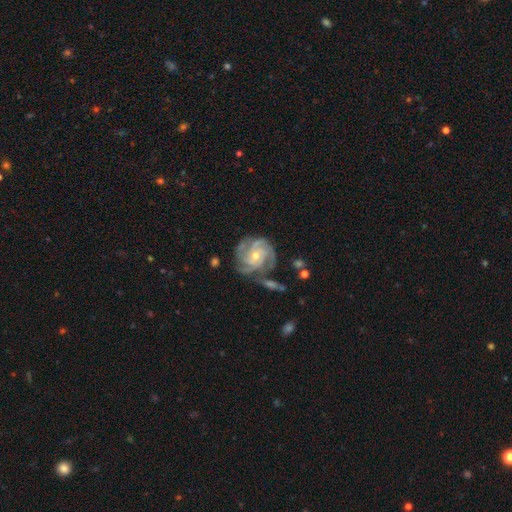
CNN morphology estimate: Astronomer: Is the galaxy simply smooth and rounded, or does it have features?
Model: featured or disk — 87%.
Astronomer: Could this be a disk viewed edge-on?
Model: no — 98%.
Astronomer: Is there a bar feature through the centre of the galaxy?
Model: no — 70%.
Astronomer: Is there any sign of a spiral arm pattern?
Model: yes — 97%.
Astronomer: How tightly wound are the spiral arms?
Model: tight — 66%.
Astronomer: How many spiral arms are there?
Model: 3 — 35% (runner-up: 4, 28%).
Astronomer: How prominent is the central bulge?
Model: small — 60% (runner-up: moderate, 37%).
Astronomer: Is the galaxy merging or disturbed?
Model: none — 67%.